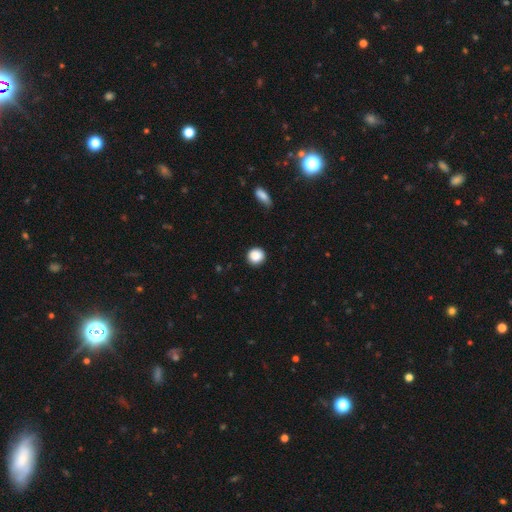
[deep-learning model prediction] This is clearly a smooth galaxy (89%). How rounded: clearly round (91%). Merging: clearly none (89%).